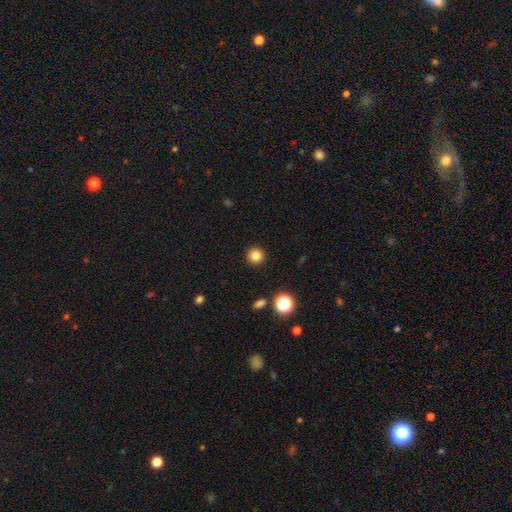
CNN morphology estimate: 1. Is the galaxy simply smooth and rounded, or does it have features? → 83% smooth, 12% star or artifact, 5% featured or disk.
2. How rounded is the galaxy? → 95% round, 4% in between, 1% cigar-shaped.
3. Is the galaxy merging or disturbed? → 93% none, 4% minor disturbance, 2% major disturbance, 1% merger.